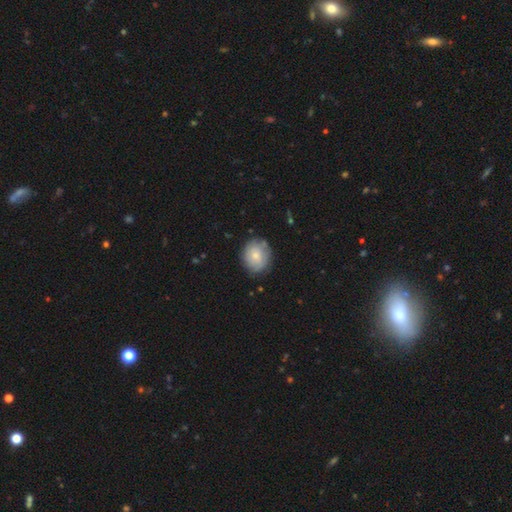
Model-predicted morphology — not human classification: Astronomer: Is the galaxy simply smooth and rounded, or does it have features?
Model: smooth — 64%.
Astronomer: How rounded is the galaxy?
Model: round — 64%.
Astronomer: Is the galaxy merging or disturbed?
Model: none — 77%.